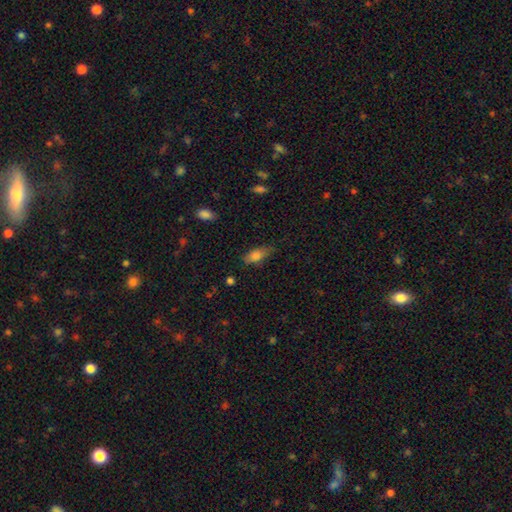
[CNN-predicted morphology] A smooth galaxy with no disk features (78%) that is in between round and cigar-shaped (77%). Merging: none (70%).